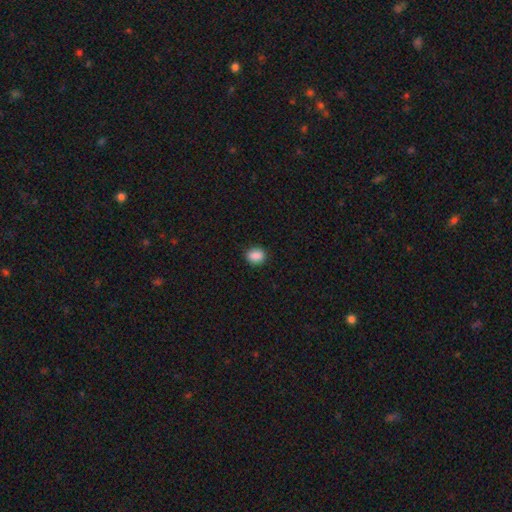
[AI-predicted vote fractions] Smooth or featured? Predicted: smooth (p=0.88). How rounded? Predicted: round (p=0.51). Merging? Predicted: none (p=0.87).